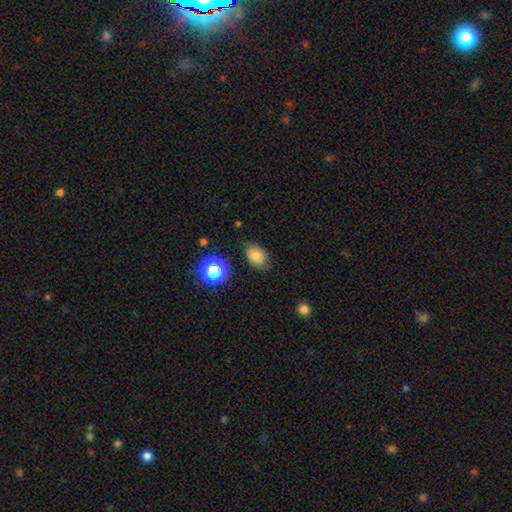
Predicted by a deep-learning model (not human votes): smooth_or_featured: smooth (p=0.79) [alt: star or artifact p=0.13]
how_rounded: in between (p=0.70) [alt: round p=0.29]
merging: none (p=0.72) [alt: minor disturbance p=0.21]